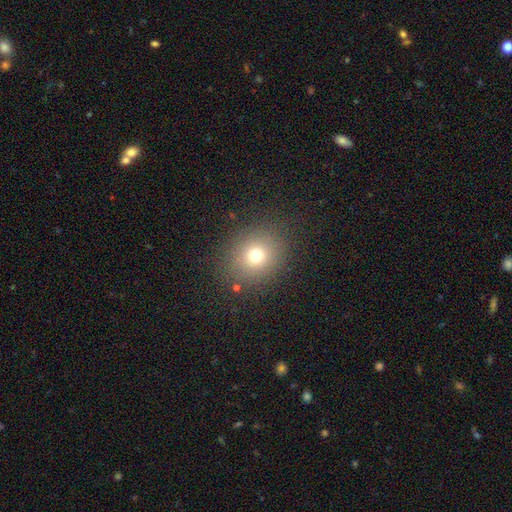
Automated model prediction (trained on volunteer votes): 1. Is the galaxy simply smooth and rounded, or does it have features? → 72% smooth, 17% star or artifact, 11% featured or disk.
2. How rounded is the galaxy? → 74% round, 25% in between, 1% cigar-shaped.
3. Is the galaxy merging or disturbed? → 85% none, 9% minor disturbance, 5% major disturbance, 2% merger.